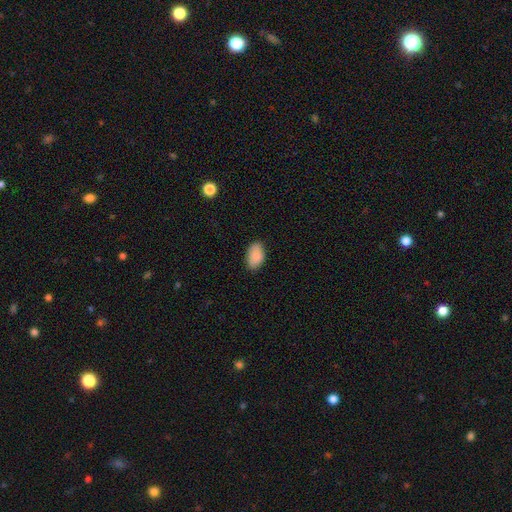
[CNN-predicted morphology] Smooth or featured? Predicted: smooth (p=0.89). How rounded? Predicted: in between (p=0.92). Merging? Predicted: none (p=0.81).